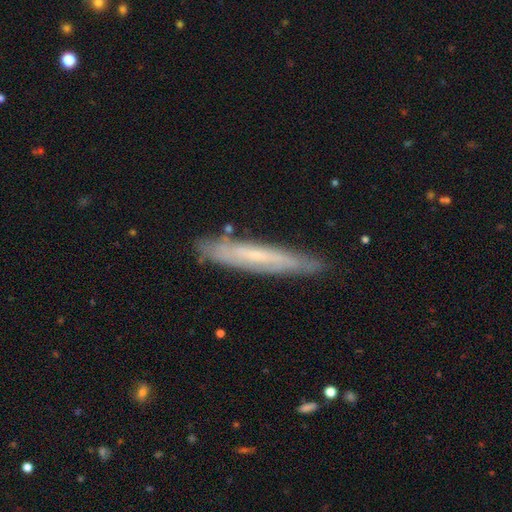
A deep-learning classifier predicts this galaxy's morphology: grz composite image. It shows a featured or disk galaxy (60%) viewed edge-on (70%). Merging: none (81%).